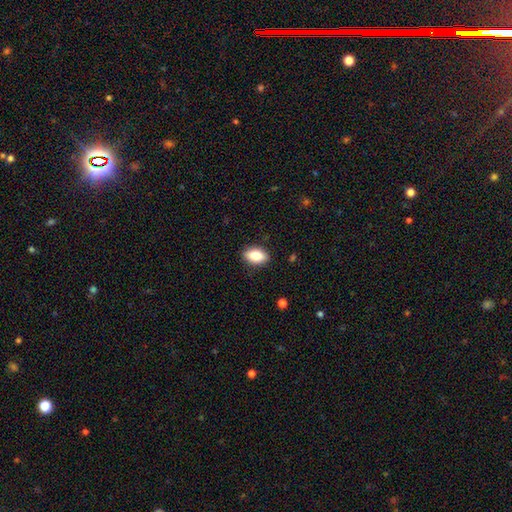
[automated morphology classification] Overall: smooth (82%). How rounded: in between (89%). Merging: none (88%).